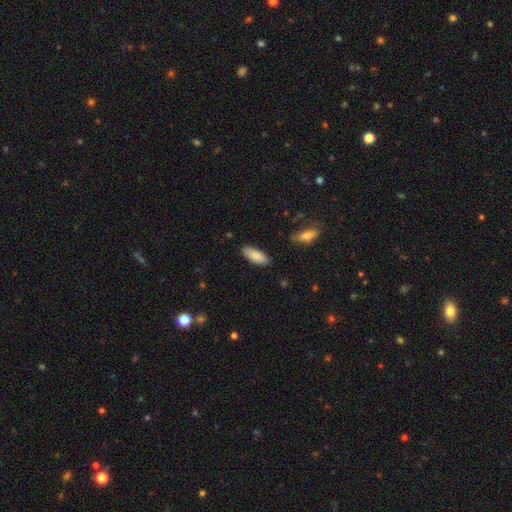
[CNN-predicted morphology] Smooth or featured? Predicted: smooth (p=0.87). How rounded? Predicted: in between (p=0.80). Merging? Predicted: none (p=0.86).